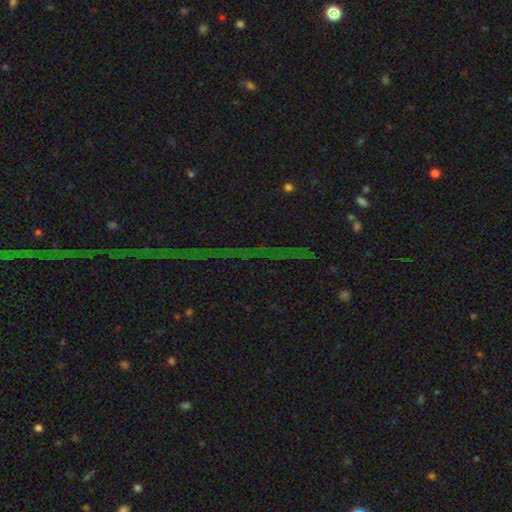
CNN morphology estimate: Smooth or featured? Predicted: star or artifact (p=0.80).